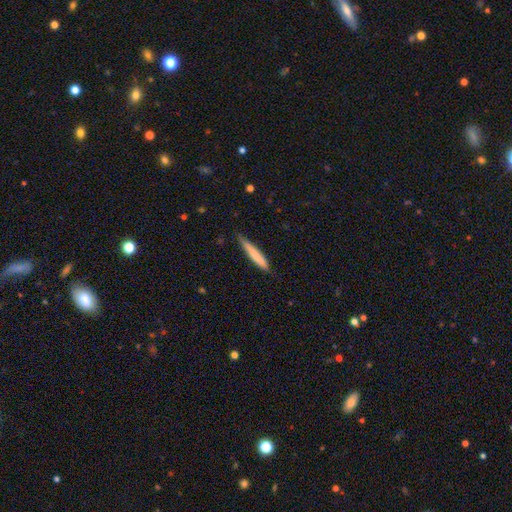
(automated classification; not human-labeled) Smooth or featured? Predicted: smooth (p=0.74). How rounded? Predicted: cigar-shaped (p=0.94). Merging? Predicted: none (p=0.77).